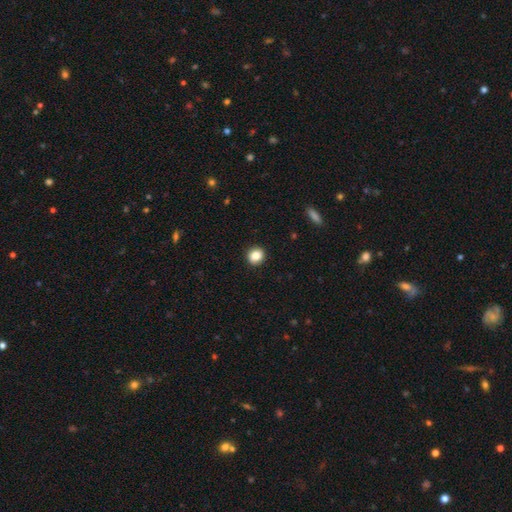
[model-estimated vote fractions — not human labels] The model was most divided on "how rounded": round: 82%, in between: 17%, cigar-shaped: 1%. More confident: merging — none (91%); smooth or featured — smooth (84%).